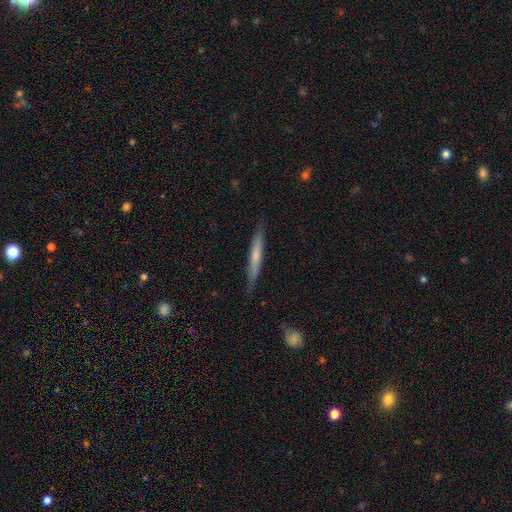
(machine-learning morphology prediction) This appears to be a smooth galaxy with no disk features (56%) that is cigar-shaped (95%). Merging: none (84%).